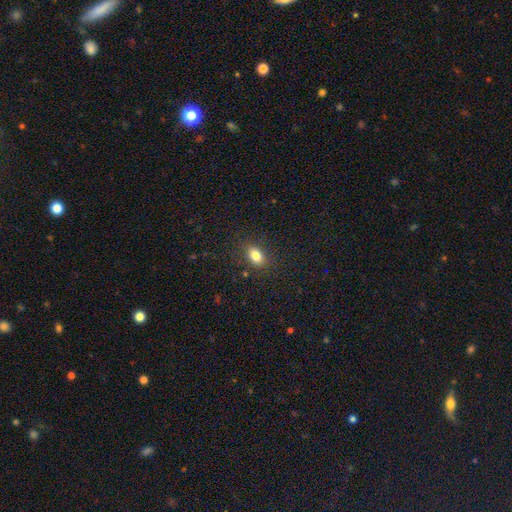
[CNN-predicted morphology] A smooth galaxy with no disk features (82%) that is in between round and cigar-shaped (86%).

Vote fractions:
- Smooth or featured? smooth: 82% / star or artifact: 10% / featured or disk: 8%
- How rounded? in between: 86% / round: 12% / cigar-shaped: 3%
- Merging? none: 86% / minor disturbance: 10% / major disturbance: 3% / merger: 1%